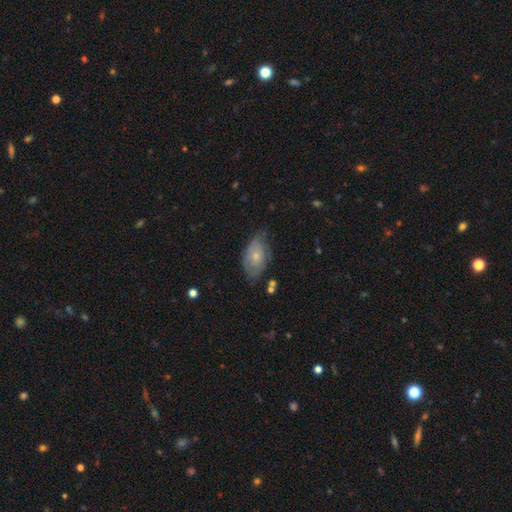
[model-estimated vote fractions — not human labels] The model was most divided on "merging": none: 54%, minor disturbance: 34%, major disturbance: 10%, merger: 2%. More confident: how rounded — in between (90%); smooth or featured — smooth (57%).